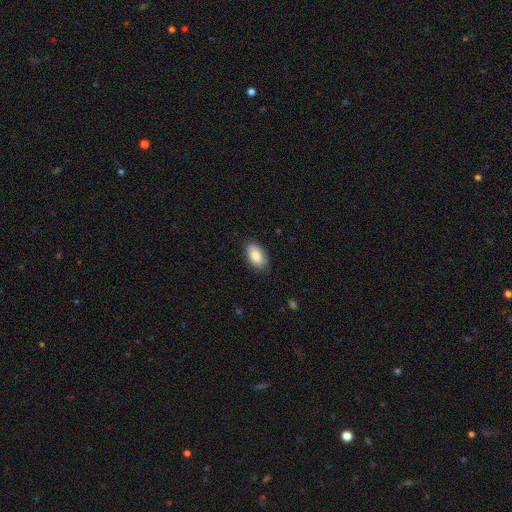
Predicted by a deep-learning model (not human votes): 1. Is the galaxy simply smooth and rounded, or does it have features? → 86% smooth, 7% featured or disk, 6% star or artifact.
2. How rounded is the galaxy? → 94% in between, 4% round, 2% cigar-shaped.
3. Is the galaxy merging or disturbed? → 83% none, 13% minor disturbance, 3% major disturbance, 1% merger.